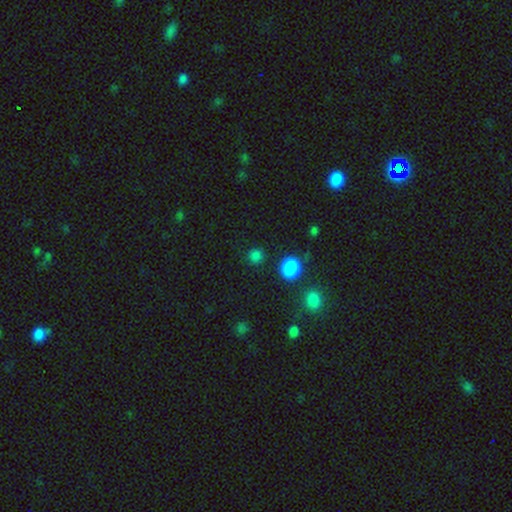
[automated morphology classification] Smooth or featured: smooth — 79% (star or artifact — 18%)
How rounded: round — 89% (in between — 10%)
Merging: none — 84% (minor disturbance — 9%)